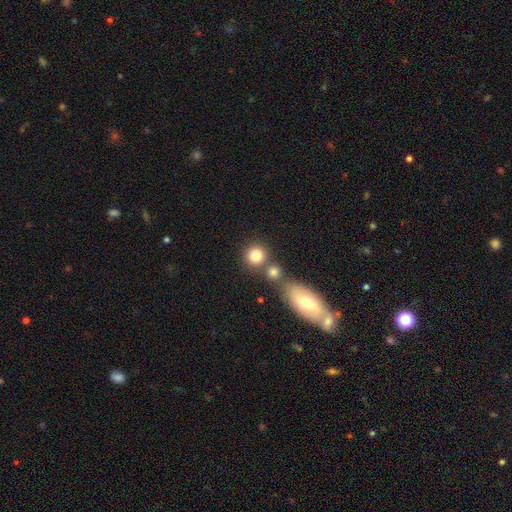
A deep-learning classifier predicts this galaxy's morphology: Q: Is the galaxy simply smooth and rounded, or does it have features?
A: smooth — 81%.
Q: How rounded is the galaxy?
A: round — 87%.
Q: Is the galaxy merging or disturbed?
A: none — 62%.